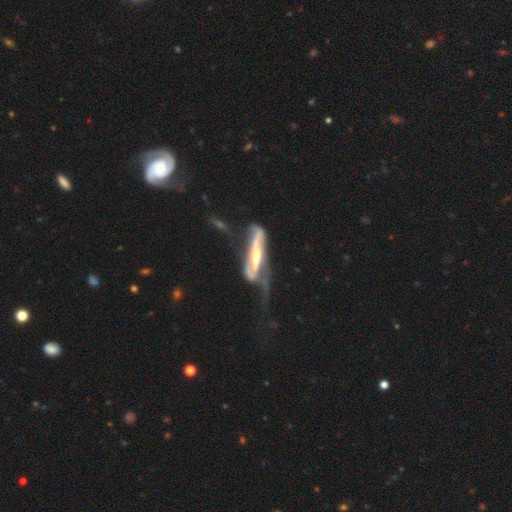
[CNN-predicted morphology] smooth_or_featured: featured or disk (p=0.80) [alt: smooth p=0.14]
disk_edge_on: no (p=0.64) [alt: yes p=0.36]
bar: strong (p=0.55) [alt: weak p=0.23]
has_spiral_arms: yes (p=0.81) [alt: no p=0.19]
bulge_size: moderate (p=0.49) [alt: small p=0.30]
merging: major disturbance (p=0.49) [alt: none p=0.23]